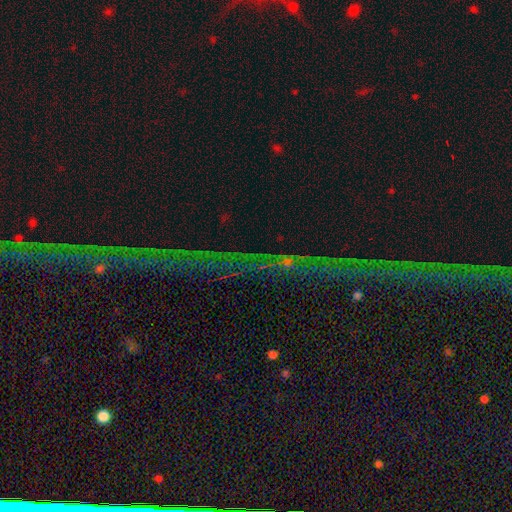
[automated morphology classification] Smooth or featured?
  - star or artifact: 74% *
  - featured or disk: 16%
  - smooth: 10%